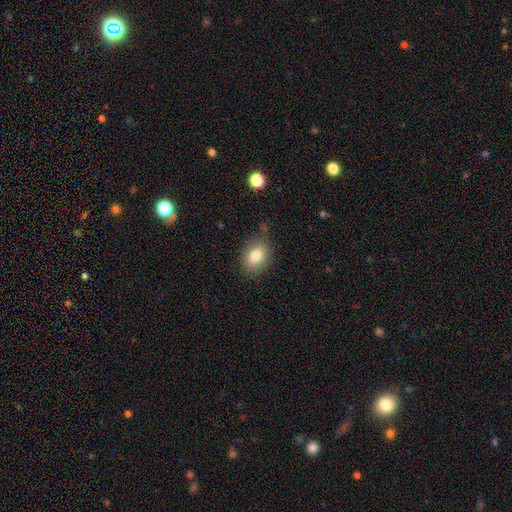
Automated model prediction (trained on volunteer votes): Q: Smooth or featured?
A: smooth (81%); runner-up: featured or disk (10%)
Q: How rounded?
A: in between (60%); runner-up: round (39%)
Q: Merging?
A: none (75%); runner-up: minor disturbance (17%)